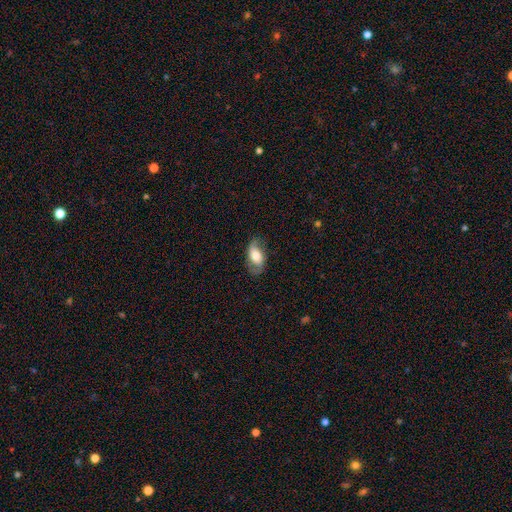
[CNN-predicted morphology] A featured or disk galaxy (47%).

Vote fractions:
- Smooth or featured? featured or disk: 47% / smooth: 46% / star or artifact: 7%
- Merging? none: 69% / minor disturbance: 21% / major disturbance: 9% / merger: 1%